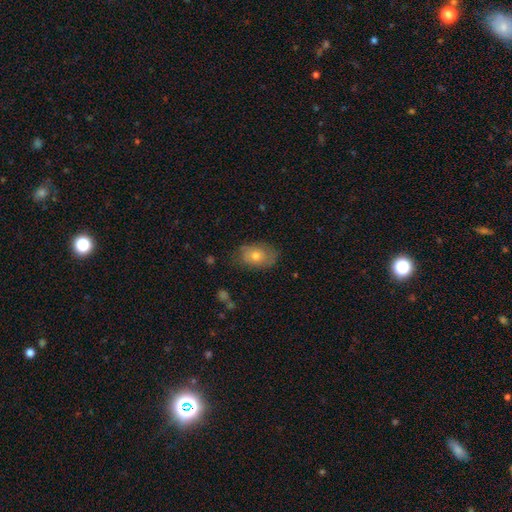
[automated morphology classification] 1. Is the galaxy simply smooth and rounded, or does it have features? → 67% smooth, 24% featured or disk, 9% star or artifact.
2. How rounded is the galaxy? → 82% in between, 16% round, 2% cigar-shaped.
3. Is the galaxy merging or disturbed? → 73% none, 21% minor disturbance, 5% major disturbance, 1% merger.